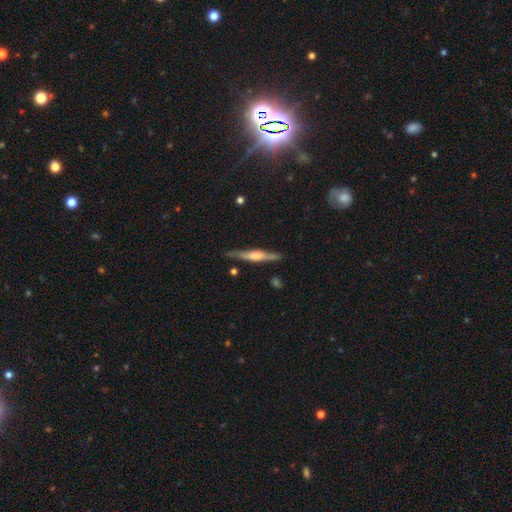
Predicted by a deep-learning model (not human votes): Overall: featured or disk (67%; smooth 27%). Edge-on disk: yes (96%). Edge-on bulge: rounded (52%; boxy 38%). Merging: none (83%).